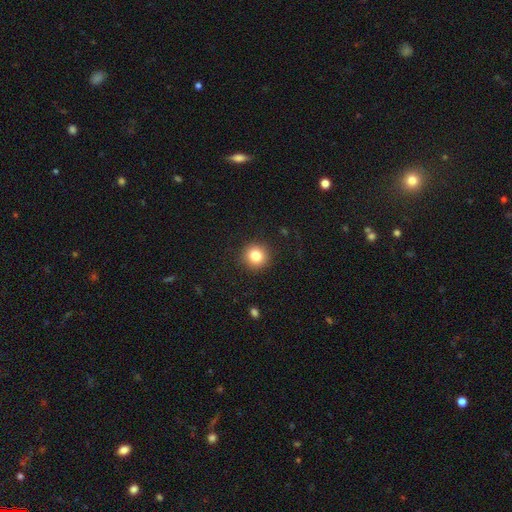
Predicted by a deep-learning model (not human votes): A smooth galaxy with no disk features (83%) that is round (93%).

Vote fractions:
- Smooth or featured? smooth: 83% / star or artifact: 10% / featured or disk: 6%
- How rounded? round: 93% / in between: 6% / cigar-shaped: 1%
- Merging? none: 91% / minor disturbance: 5% / major disturbance: 2% / merger: 1%